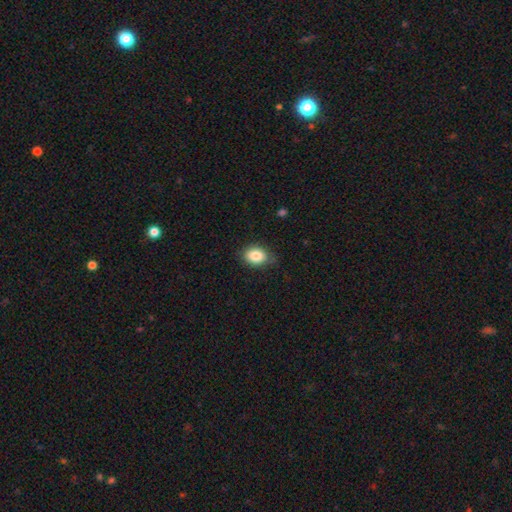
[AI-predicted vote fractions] Smooth or featured?
  - smooth: 85% *
  - star or artifact: 9%
  - featured or disk: 6%
How rounded?
  - in between: 60% *
  - round: 39%
  - cigar-shaped: 1%
Merging?
  - none: 75% *
  - minor disturbance: 20%
  - major disturbance: 4%
  - merger: 1%